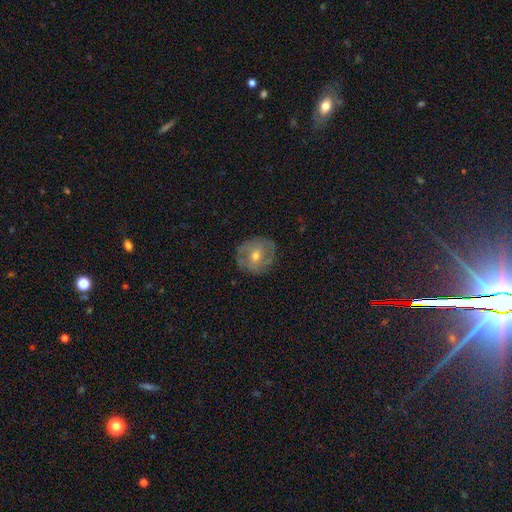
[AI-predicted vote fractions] Smooth or featured?
  - featured or disk: 57% *
  - smooth: 34%
  - star or artifact: 9%
Edge-on disk?
  - no: 95% *
  - yes: 5%
Bar?
  - no: 57% *
  - weak: 33%
  - strong: 11%
Spiral arms?
  - yes: 64% *
  - no: 36%
Bulge size?
  - moderate: 62% *
  - small: 33%
  - large: 2%
  - none: 1%
  - dominant: 1%
Merging?
  - none: 80% *
  - minor disturbance: 14%
  - major disturbance: 4%
  - merger: 1%